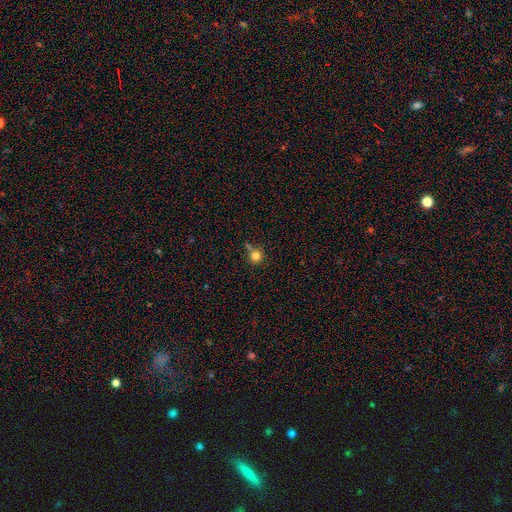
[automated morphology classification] Smooth or featured?
  - smooth: 79% *
  - star or artifact: 14%
  - featured or disk: 8%
How rounded?
  - round: 92% *
  - in between: 7%
  - cigar-shaped: 1%
Merging?
  - none: 63% *
  - minor disturbance: 17%
  - merger: 14%
  - major disturbance: 7%